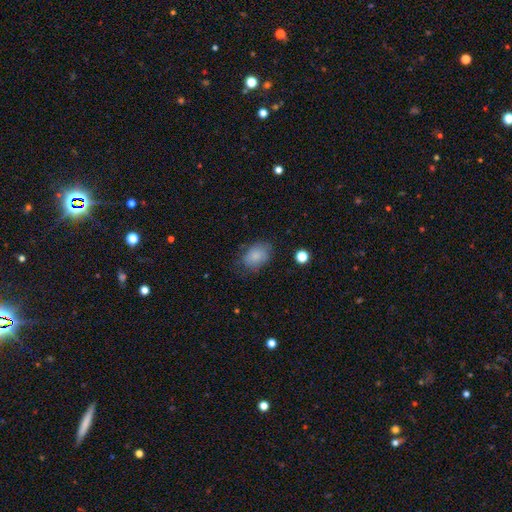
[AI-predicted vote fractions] smooth 81%, featured or disk 10%, star or artifact 8%. Down the decision tree: how rounded — in between (78%); merging — none (67%).